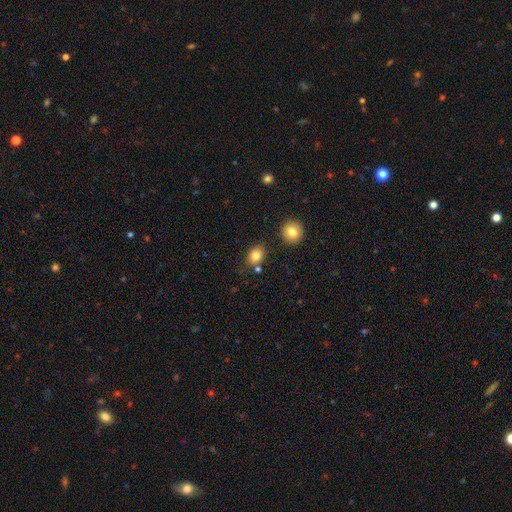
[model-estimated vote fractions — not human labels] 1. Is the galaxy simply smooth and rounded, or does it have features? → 82% smooth, 11% star or artifact, 7% featured or disk.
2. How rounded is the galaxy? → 55% in between, 44% round, 1% cigar-shaped.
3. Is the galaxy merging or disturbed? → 77% none, 12% minor disturbance, 8% merger, 3% major disturbance.